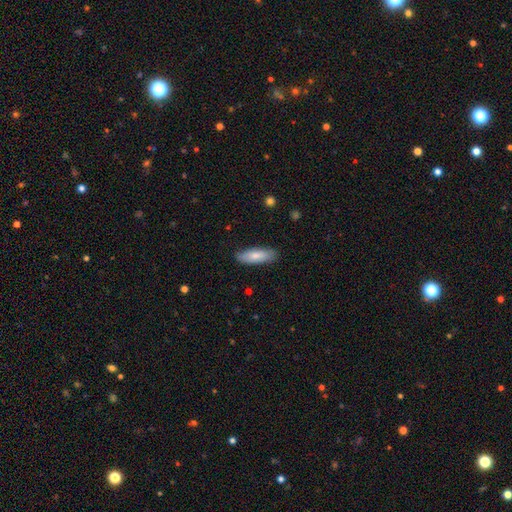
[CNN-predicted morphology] smooth-or-featured: smooth: 78% | featured or disk: 17% | star or artifact: 6%
  how-rounded: in between: 61% | cigar-shaped: 37% | round: 2%
  merging: none: 85% | minor disturbance: 12% | major disturbance: 2% | merger: 1%